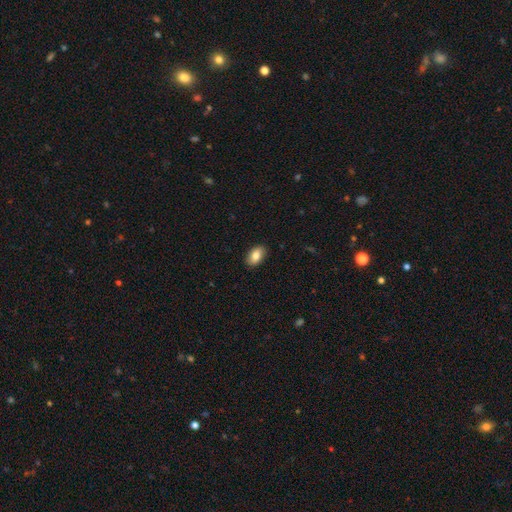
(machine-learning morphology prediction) Smooth or featured? Predicted: smooth (p=0.84). How rounded? Predicted: in between (p=0.92). Merging? Predicted: none (p=0.89).